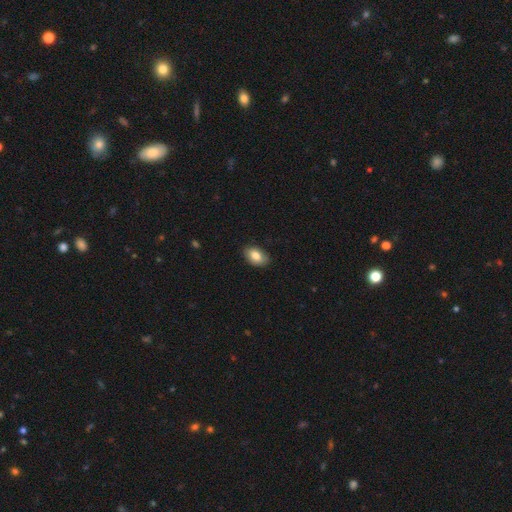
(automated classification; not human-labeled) Smooth or featured? Predicted: smooth (p=0.83). How rounded? Predicted: in between (p=0.89). Merging? Predicted: none (p=0.86).